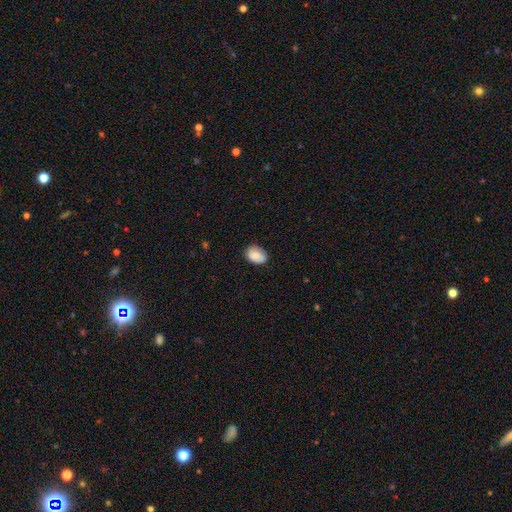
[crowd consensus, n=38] Smooth or featured: smooth — 66% (featured or disk — 26%)
How rounded: in between — 68% (round — 32%)
Merging: none — 83% (minor disturbance — 14%)